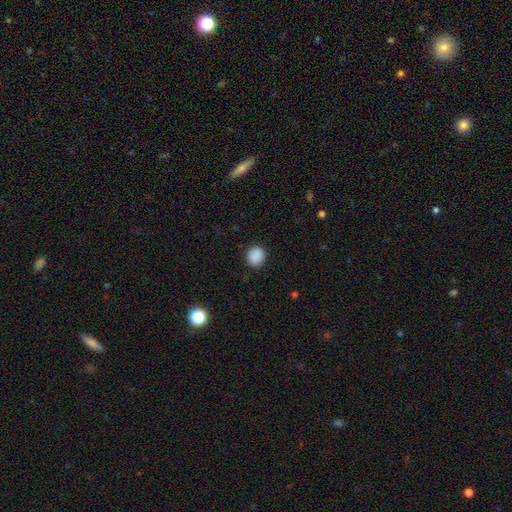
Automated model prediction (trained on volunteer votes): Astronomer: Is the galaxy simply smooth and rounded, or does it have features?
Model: smooth — 89%.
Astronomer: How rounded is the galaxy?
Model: round — 79%.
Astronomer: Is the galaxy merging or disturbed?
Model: none — 88%.